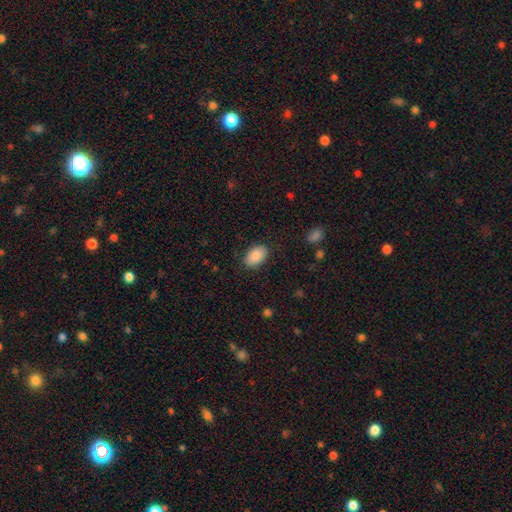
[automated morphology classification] Smooth or featured?
  - smooth: 88% *
  - star or artifact: 7%
  - featured or disk: 5%
How rounded?
  - in between: 92% *
  - round: 7%
  - cigar-shaped: 1%
Merging?
  - none: 86% *
  - minor disturbance: 10%
  - major disturbance: 3%
  - merger: 1%